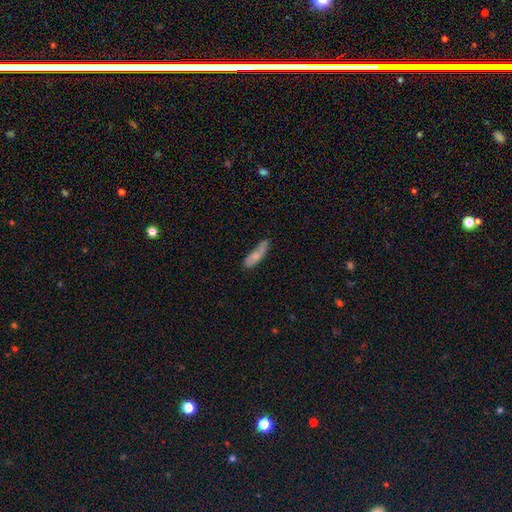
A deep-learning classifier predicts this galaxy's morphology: Smooth or featured?
  - smooth: 73% *
  - featured or disk: 21%
  - star or artifact: 6%
How rounded?
  - cigar-shaped: 56% *
  - in between: 42%
  - round: 2%
Merging?
  - none: 57% *
  - minor disturbance: 30%
  - major disturbance: 9%
  - merger: 4%